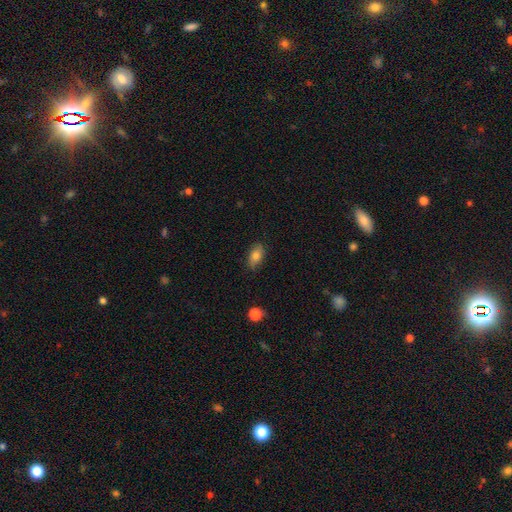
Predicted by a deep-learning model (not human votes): smooth-or-featured: smooth: 77% | featured or disk: 14% | star or artifact: 8%
  how-rounded: in between: 89% | round: 7% | cigar-shaped: 4%
  merging: none: 82% | minor disturbance: 14% | major disturbance: 3% | merger: 1%